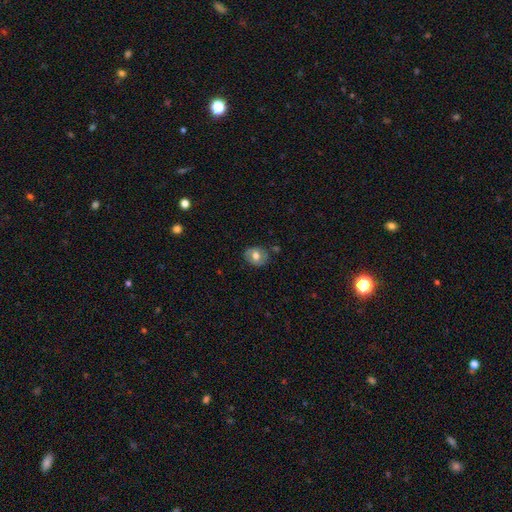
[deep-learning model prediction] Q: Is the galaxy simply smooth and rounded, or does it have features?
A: smooth — 62%.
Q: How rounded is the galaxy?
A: round — 57%.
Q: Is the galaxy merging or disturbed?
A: none — 79%.